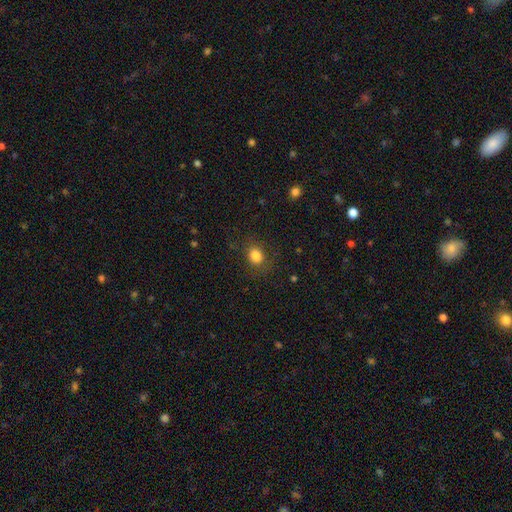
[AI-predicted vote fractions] smooth_or_featured: smooth (p=0.83) [alt: star or artifact p=0.12]
how_rounded: round (p=0.63) [alt: in between p=0.36]
merging: none (p=0.79) [alt: minor disturbance p=0.14]